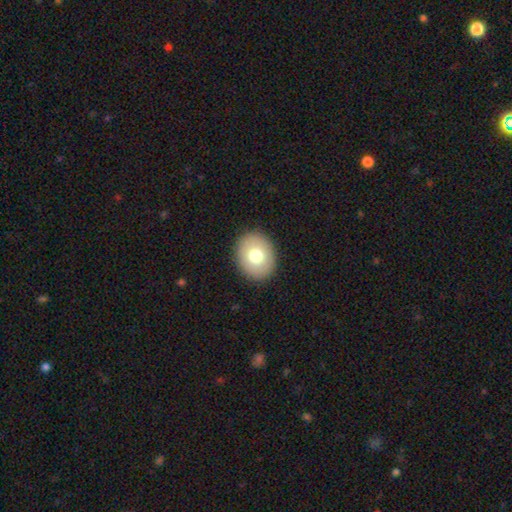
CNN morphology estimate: Smooth or featured? Predicted: smooth (p=0.75). How rounded? Predicted: in between (p=0.51). Merging? Predicted: none (p=0.91).